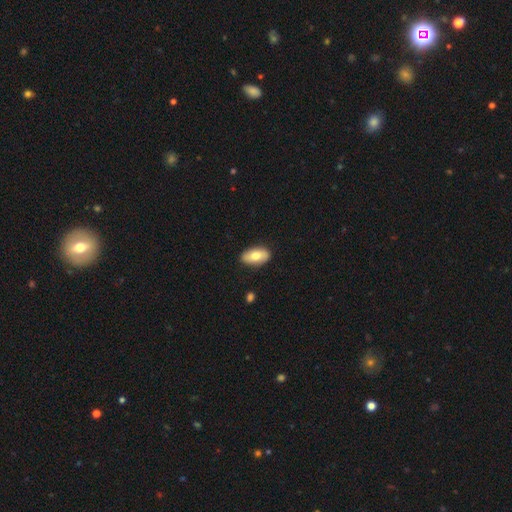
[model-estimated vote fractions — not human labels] A smooth galaxy with no disk features (72%) that is in between round and cigar-shaped (92%).

Vote fractions:
- Smooth or featured? smooth: 72% / featured or disk: 22% / star or artifact: 6%
- How rounded? in between: 92% / round: 4% / cigar-shaped: 4%
- Merging? none: 87% / minor disturbance: 10% / major disturbance: 2% / merger: 1%